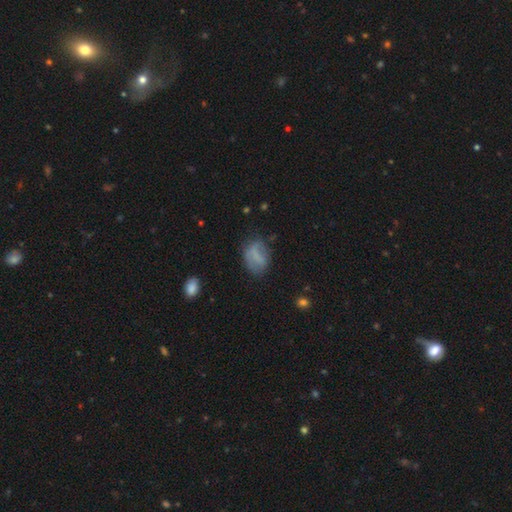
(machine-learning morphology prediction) Smooth or featured? Predicted: smooth (p=0.65). How rounded? Predicted: in between (p=0.76). Merging? Predicted: none (p=0.58).